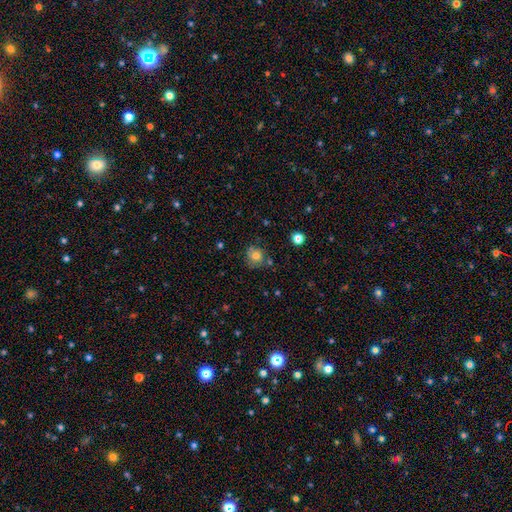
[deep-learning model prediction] Overall: smooth (76%). How rounded: round (87%). Merging: none (71%).